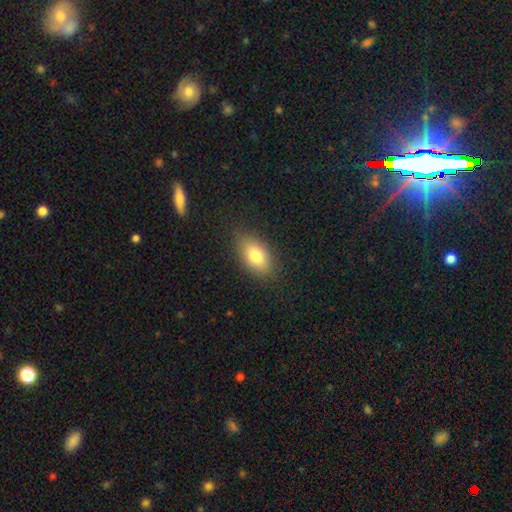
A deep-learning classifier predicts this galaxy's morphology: Overall: smooth (79%). How rounded: in between (89%). Merging: none (84%).